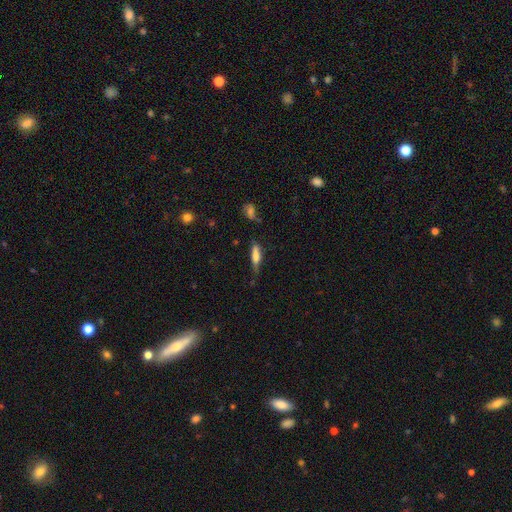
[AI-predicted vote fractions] This appears to be a smooth galaxy with no disk features (62%) that is cigar-shaped (68%). Merging: none (59%).